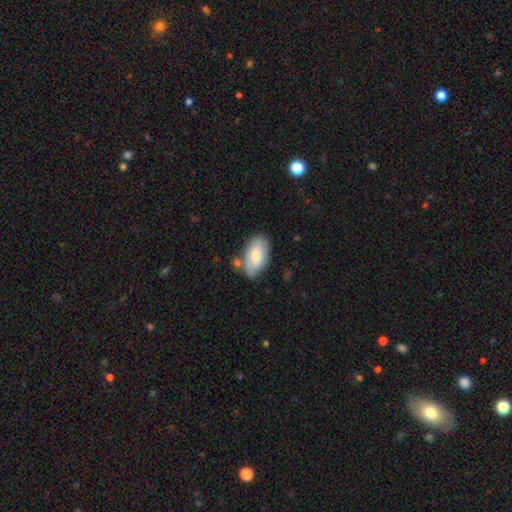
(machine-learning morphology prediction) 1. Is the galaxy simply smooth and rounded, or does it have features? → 72% smooth, 22% featured or disk, 6% star or artifact.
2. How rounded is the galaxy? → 93% in between, 4% round, 3% cigar-shaped.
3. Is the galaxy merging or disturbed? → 65% none, 21% minor disturbance, 9% merger, 5% major disturbance.